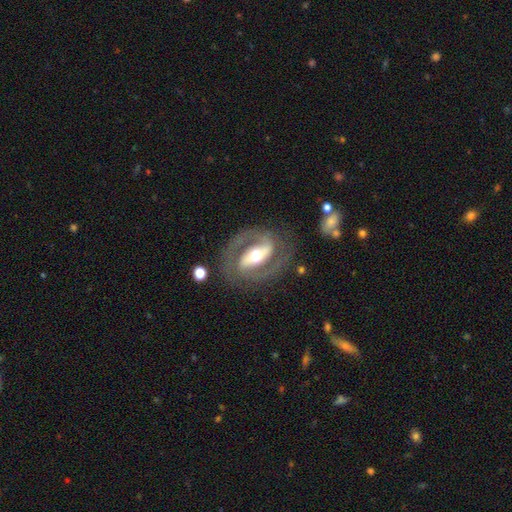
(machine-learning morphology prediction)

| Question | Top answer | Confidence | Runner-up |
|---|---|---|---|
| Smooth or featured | featured or disk | 88% | smooth (8%) |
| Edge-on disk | no | 96% | yes (4%) |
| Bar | strong | 63% | weak (24%) |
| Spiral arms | yes | 92% | no (8%) |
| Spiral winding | medium | 52% | tight (35%) |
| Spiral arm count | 2 | 91% | 1 (3%) |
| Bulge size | moderate | 68% | small (15%) |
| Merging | none | 80% | minor disturbance (12%) |